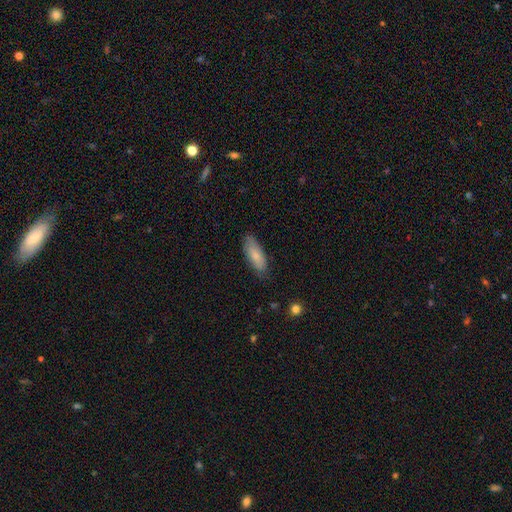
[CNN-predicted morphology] Q: Smooth or featured?
A: smooth (80%); runner-up: featured or disk (15%)
Q: How rounded?
A: in between (73%); runner-up: cigar-shaped (25%)
Q: Merging?
A: none (79%); runner-up: minor disturbance (17%)